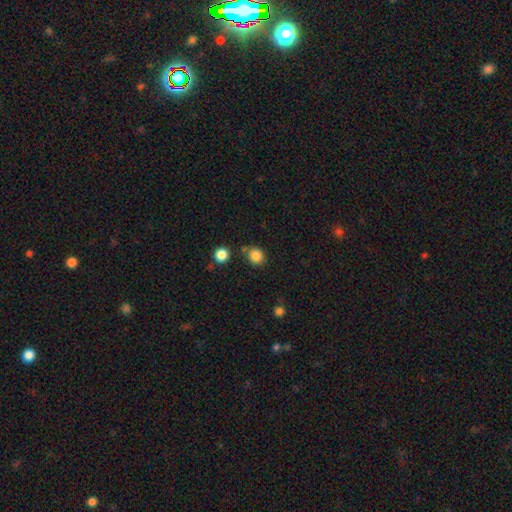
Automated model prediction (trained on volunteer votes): A smooth galaxy with no disk features (85%) that is round (79%).

Vote fractions:
- Smooth or featured? smooth: 85% / star or artifact: 11% / featured or disk: 4%
- How rounded? round: 79% / in between: 20% / cigar-shaped: 1%
- Merging? none: 72% / minor disturbance: 13% / merger: 10% / major disturbance: 4%